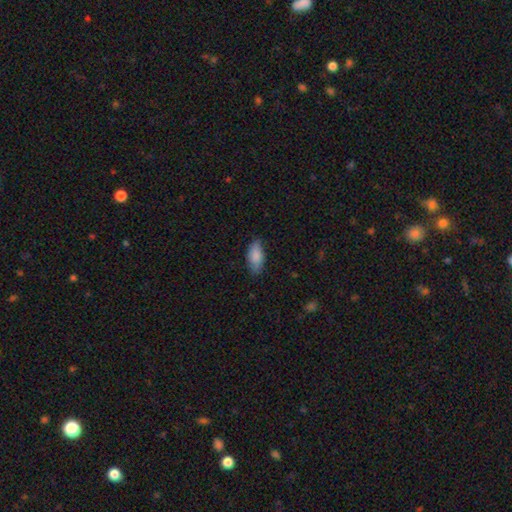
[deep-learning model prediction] A smooth galaxy with no disk features (84%) that is in between round and cigar-shaped (90%). Merging: none (77%).